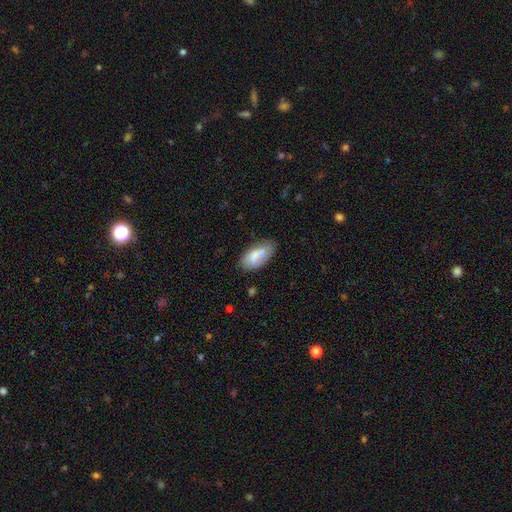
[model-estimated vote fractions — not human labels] smooth_or_featured: smooth (p=0.77) [alt: featured or disk p=0.16]
how_rounded: in between (p=0.92) [alt: cigar-shaped p=0.05]
merging: none (p=0.58) [alt: minor disturbance p=0.27]